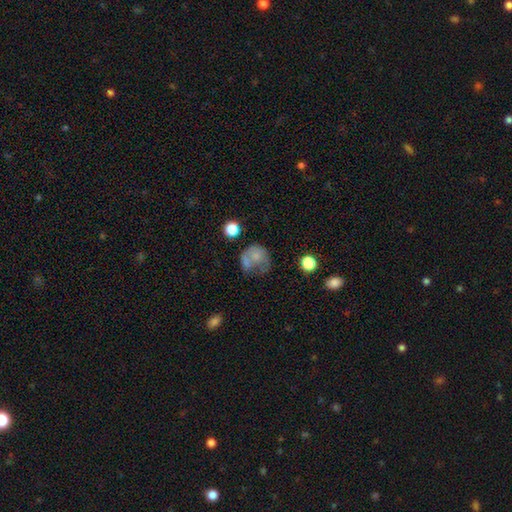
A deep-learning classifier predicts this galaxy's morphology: This is possibly a smooth galaxy (58%). How rounded: likely round (68%). Merging: marginally major disturbance (34%).